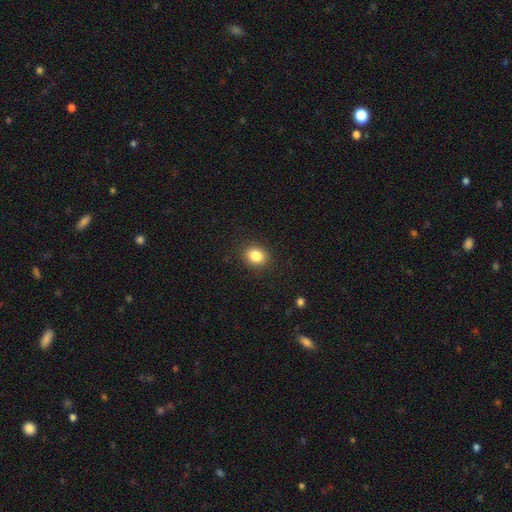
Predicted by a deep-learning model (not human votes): This is clearly a smooth galaxy (84%). How rounded: possibly round (55%). Merging: clearly none (89%).